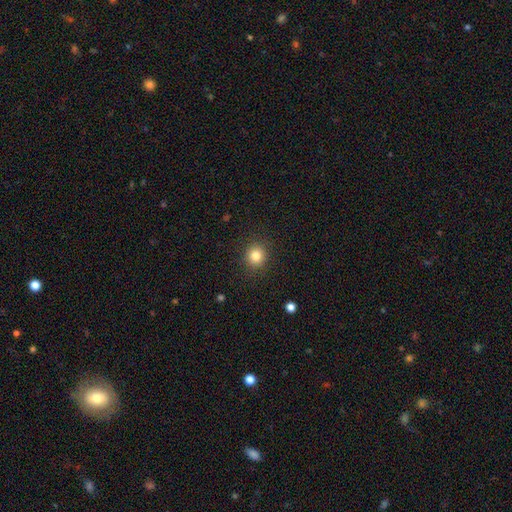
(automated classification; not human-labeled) smooth 82%, star or artifact 11%, featured or disk 6%. Down the decision tree: how rounded — round (87%); merging — none (90%).